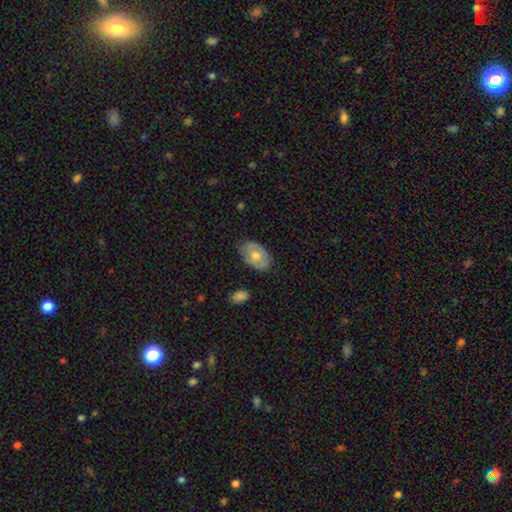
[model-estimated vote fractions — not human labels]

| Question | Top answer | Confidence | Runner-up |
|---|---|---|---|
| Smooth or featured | smooth | 56% | featured or disk (37%) |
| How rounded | in between | 88% | round (10%) |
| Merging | none | 78% | minor disturbance (17%) |